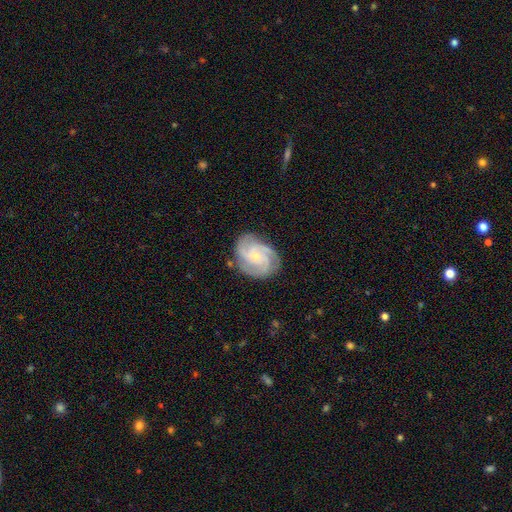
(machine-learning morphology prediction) A featured or disk galaxy (87%) with no bar (71%), 3 (56%) tight (52%) spiral arms (98%) and a small central bulge (75%). Merging: none (79%).